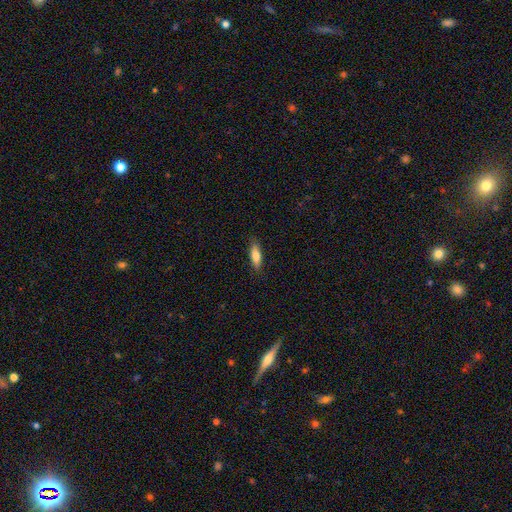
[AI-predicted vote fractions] Overall: smooth (80%). How rounded: in between (53%; cigar-shaped 45%). Merging: none (84%).